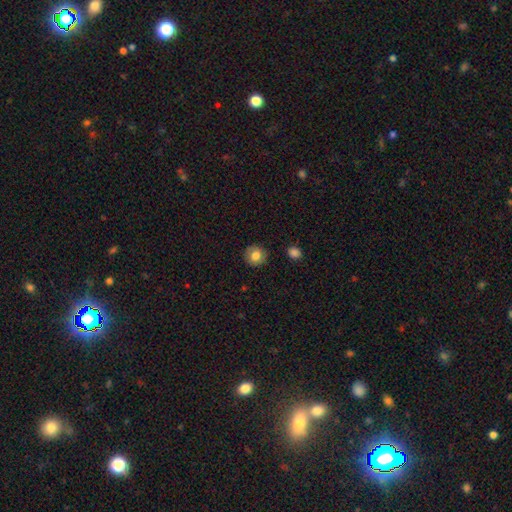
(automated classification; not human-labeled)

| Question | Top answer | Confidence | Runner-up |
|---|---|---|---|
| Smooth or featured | smooth | 81% | featured or disk (10%) |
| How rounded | round | 90% | in between (9%) |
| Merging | none | 88% | minor disturbance (8%) |